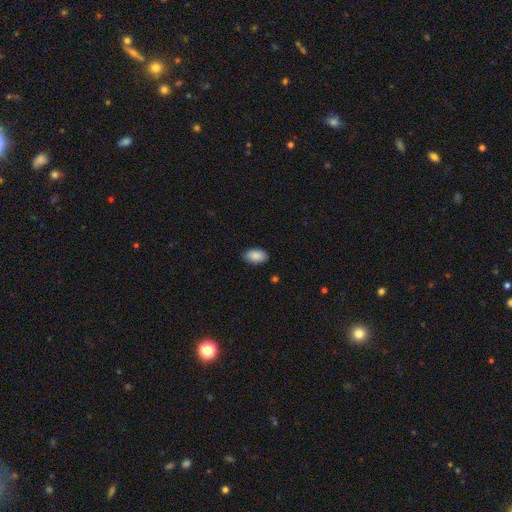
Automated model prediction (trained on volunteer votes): Smooth or featured: smooth — 89% (star or artifact — 7%)
How rounded: in between — 94% (round — 5%)
Merging: none — 85% (minor disturbance — 12%)